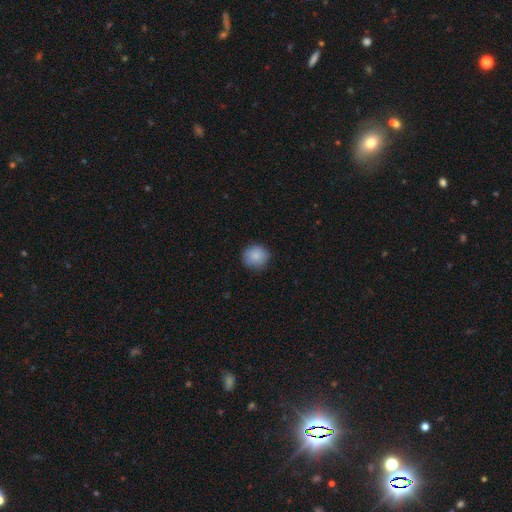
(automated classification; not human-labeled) The model was most divided on "merging": none: 87%, minor disturbance: 9%, major disturbance: 2%, merger: 1%. More confident: how rounded — round (89%); smooth or featured — smooth (88%).